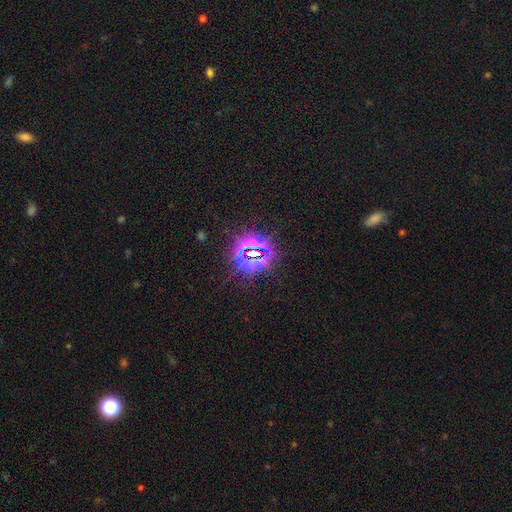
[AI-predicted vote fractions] Smooth or featured?
  - star or artifact: 80% *
  - smooth: 12%
  - featured or disk: 8%